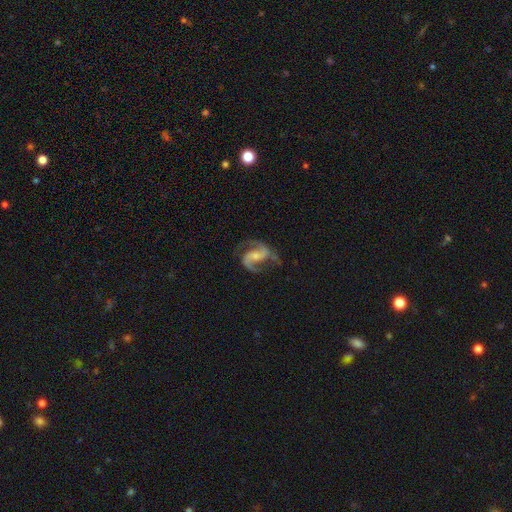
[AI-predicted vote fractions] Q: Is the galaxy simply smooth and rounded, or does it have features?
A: featured or disk — 91%.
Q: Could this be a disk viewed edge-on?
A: no — 98%.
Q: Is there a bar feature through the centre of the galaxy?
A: no — 41%.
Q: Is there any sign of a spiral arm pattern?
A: yes — 98%.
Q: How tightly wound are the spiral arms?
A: medium — 56%.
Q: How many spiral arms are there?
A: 2 — 93%.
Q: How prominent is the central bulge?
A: small — 57%.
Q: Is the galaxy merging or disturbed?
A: none — 72%.